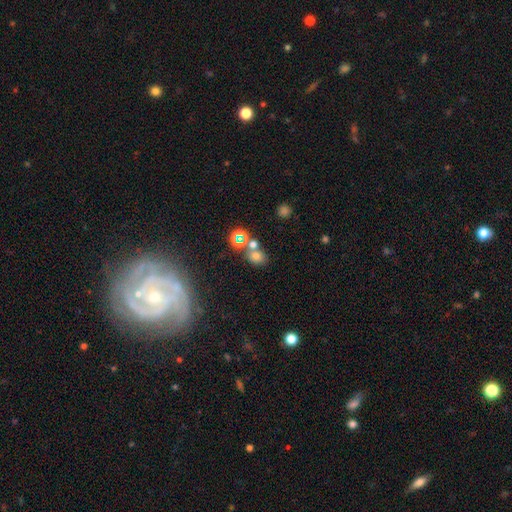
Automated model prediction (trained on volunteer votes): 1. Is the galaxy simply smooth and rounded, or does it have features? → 63% smooth, 26% star or artifact, 11% featured or disk.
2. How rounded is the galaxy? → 52% round, 47% in between, 2% cigar-shaped.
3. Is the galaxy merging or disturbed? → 58% none, 27% merger, 10% minor disturbance, 5% major disturbance.